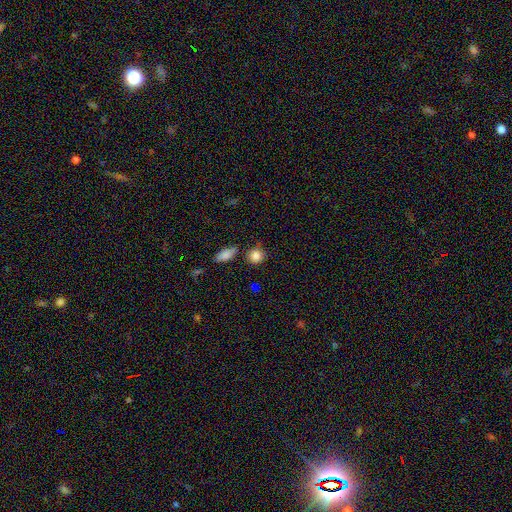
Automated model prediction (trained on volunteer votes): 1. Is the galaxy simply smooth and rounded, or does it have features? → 86% smooth, 9% star or artifact, 5% featured or disk.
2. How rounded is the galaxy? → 86% round, 12% in between, 2% cigar-shaped.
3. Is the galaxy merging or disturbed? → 76% none, 13% minor disturbance, 7% merger, 3% major disturbance.